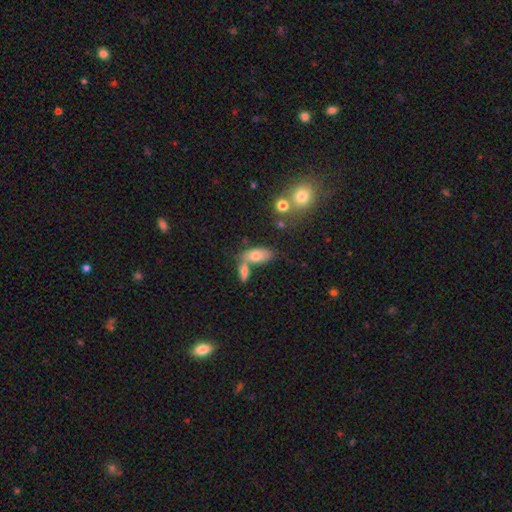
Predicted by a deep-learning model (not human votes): Smooth or featured?
  - smooth: 73% *
  - featured or disk: 18%
  - star or artifact: 9%
How rounded?
  - in between: 85% *
  - cigar-shaped: 10%
  - round: 5%
Merging?
  - none: 43% *
  - merger: 38%
  - minor disturbance: 13%
  - major disturbance: 6%